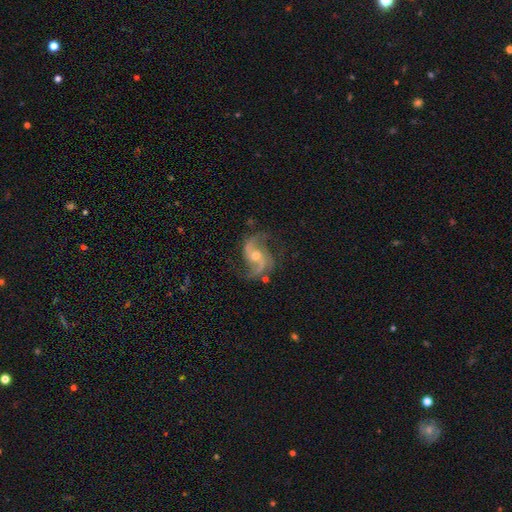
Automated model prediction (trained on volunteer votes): smooth-or-featured: featured or disk: 90% | star or artifact: 6% | smooth: 4%
  disk-edge-on: no: 98% | yes: 2%
    bar: no: 54% | weak: 34% | strong: 12%
    has-spiral-arms: yes: 98% | no: 2%
      spiral-winding: loose: 45% (tied) | medium: 45% (tied) | tight: 10%
      spiral-arm-count: 2: 85% | 3: 7% | can't tell: 3% | 1: 2% | 4: 2% | more than 4: 2%
    bulge-size: moderate: 62% | small: 32% | large: 3% | none: 1% | dominant: 1%
  merging: none: 73% | minor disturbance: 17% | major disturbance: 8% | merger: 2%